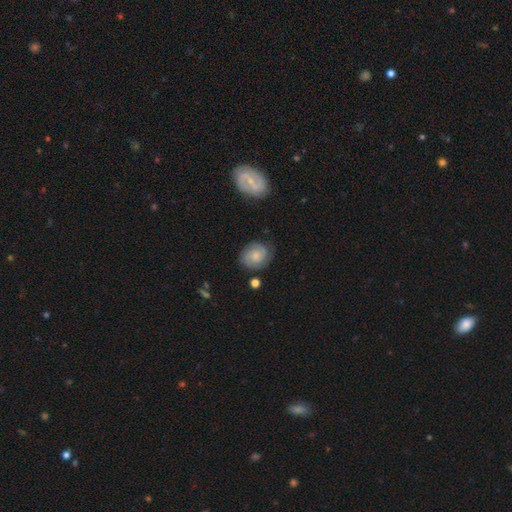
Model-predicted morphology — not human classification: Smooth or featured? featured or disk (64%)
Edge-on disk? no (98%)
Bar? no (68%)
Spiral arms? yes (94%)
Spiral winding? tight (59%)
Spiral arm count? 2 (68%)
Bulge size? small (44%)
Merging? none (78%)